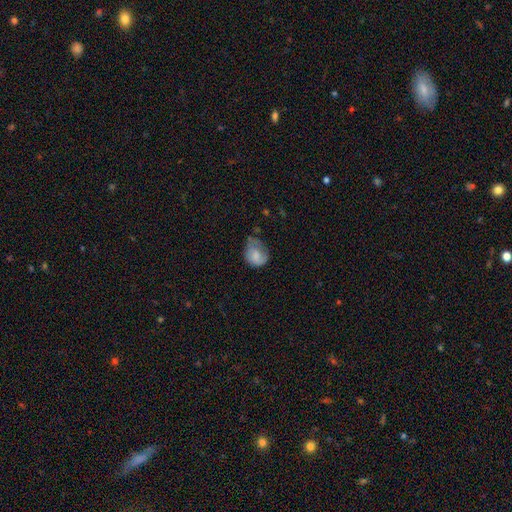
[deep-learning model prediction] Morphology: type=smooth (69%); roundness=round (54%); merging=minor disturbance (38%).